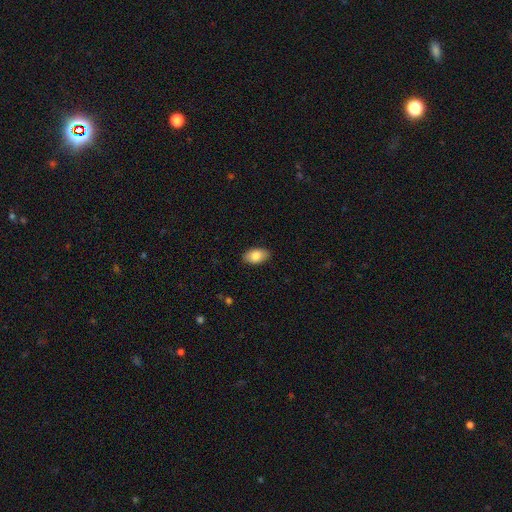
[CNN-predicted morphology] Smooth or featured? Predicted: smooth (p=0.86). How rounded? Predicted: in between (p=0.92). Merging? Predicted: none (p=0.87).